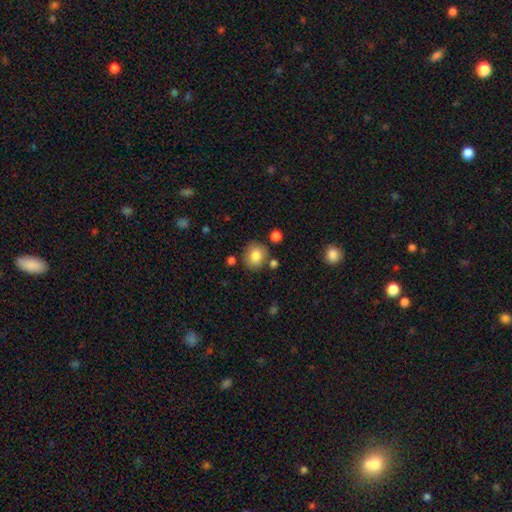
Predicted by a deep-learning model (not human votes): smooth-or-featured: smooth: 83% | star or artifact: 9% | featured or disk: 7%
  how-rounded: round: 77% | in between: 22% | cigar-shaped: 1%
  merging: none: 79% | minor disturbance: 11% | merger: 7% | major disturbance: 3%